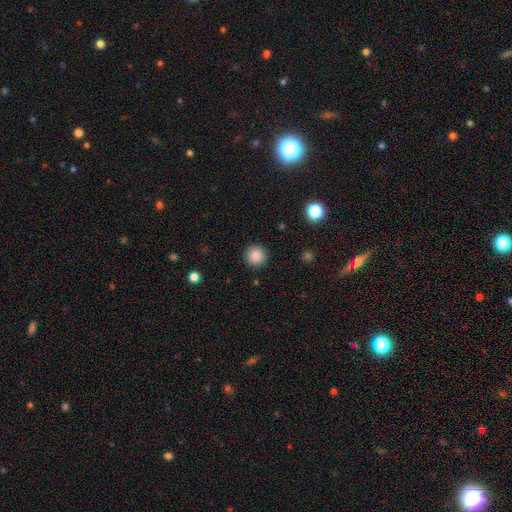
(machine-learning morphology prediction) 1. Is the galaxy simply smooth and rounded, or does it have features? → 87% smooth, 10% star or artifact, 3% featured or disk.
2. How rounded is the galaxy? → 96% round, 3% in between, 1% cigar-shaped.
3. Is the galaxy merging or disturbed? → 92% none, 5% minor disturbance, 2% major disturbance, 1% merger.